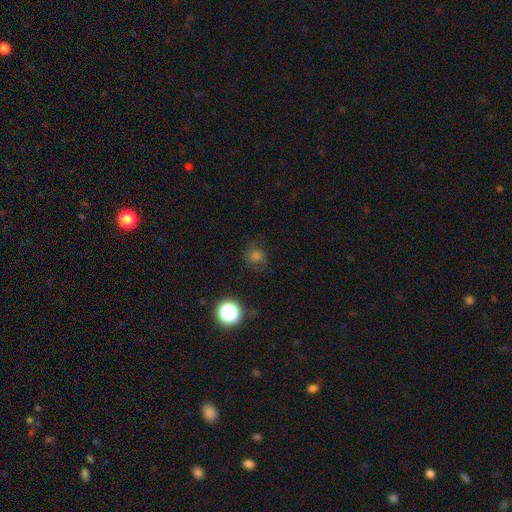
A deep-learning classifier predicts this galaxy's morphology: Smooth or featured? Predicted: smooth (p=0.64). How rounded? Predicted: round (p=0.84). Merging? Predicted: none (p=0.70).